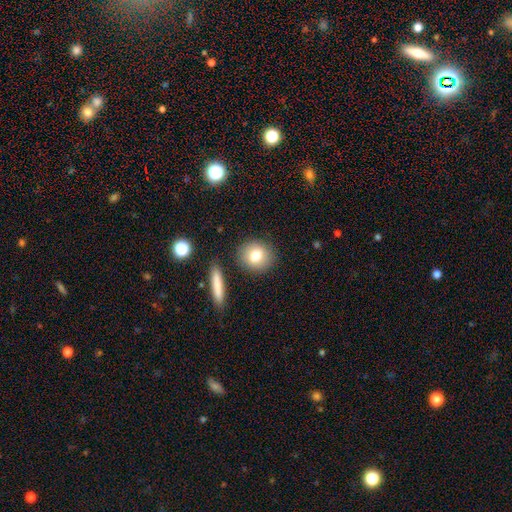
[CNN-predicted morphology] A smooth galaxy with no disk features (78%) that is round (81%).

Vote fractions:
- Smooth or featured? smooth: 78% / featured or disk: 13% / star or artifact: 9%
- How rounded? round: 81% / in between: 17% / cigar-shaped: 2%
- Merging? none: 86% / minor disturbance: 8% / merger: 3% / major disturbance: 3%